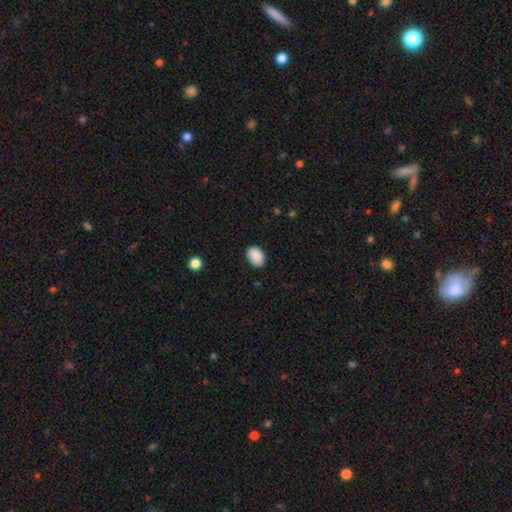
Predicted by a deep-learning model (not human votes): The model was most divided on "how rounded": in between: 84%, round: 15%, cigar-shaped: 1%. More confident: smooth or featured — smooth (90%); merging — none (86%).